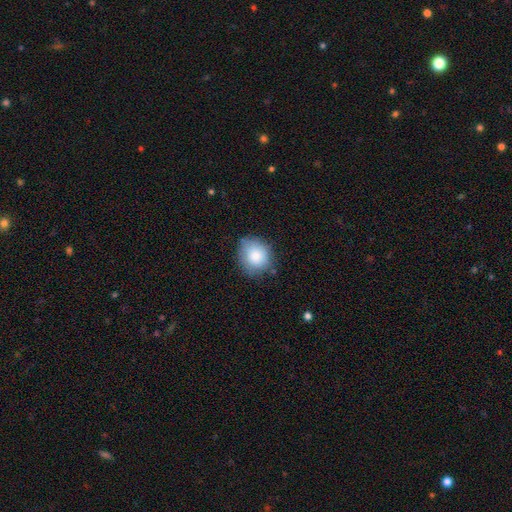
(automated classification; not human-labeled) Smooth or featured? smooth (84%)
How rounded? round (71%)
Merging? none (72%)